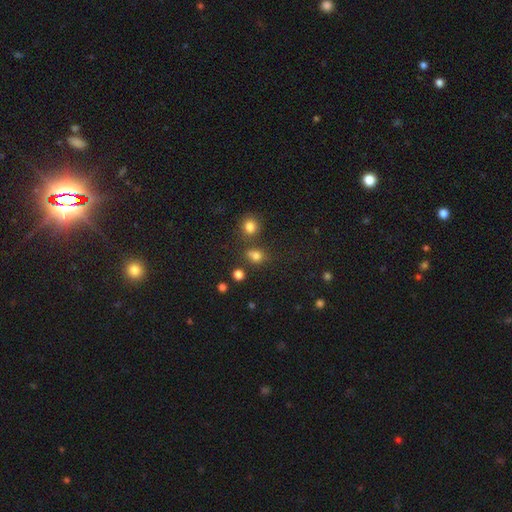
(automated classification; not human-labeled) Overall: smooth (75%). How rounded: round (72%). Merging: none (63%).